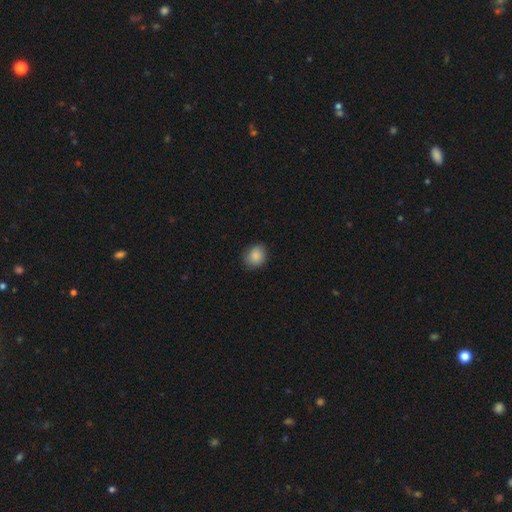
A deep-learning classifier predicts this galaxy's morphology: A smooth galaxy with no disk features (87%) that is round (60%). Merging: none (84%).